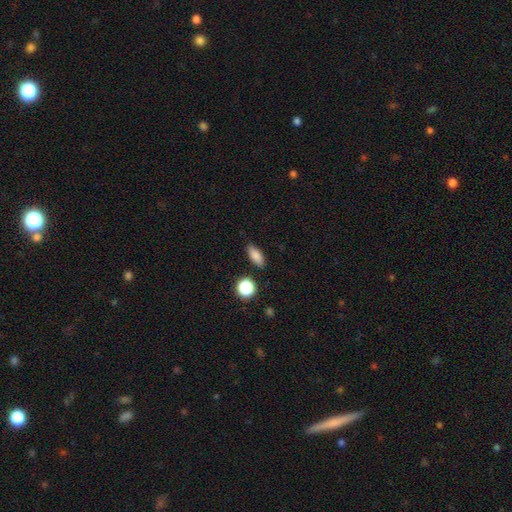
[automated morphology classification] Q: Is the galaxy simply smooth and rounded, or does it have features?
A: smooth — 84%.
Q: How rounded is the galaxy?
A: in between — 80%.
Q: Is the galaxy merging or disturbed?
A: none — 86%.